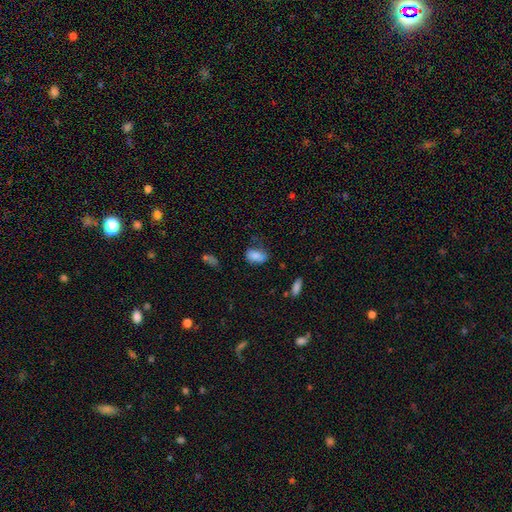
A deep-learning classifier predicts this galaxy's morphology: The model was most divided on "merging": none: 52%, minor disturbance: 32%, major disturbance: 13%, merger: 3%. More confident: how rounded — in between (87%); smooth or featured — smooth (81%).